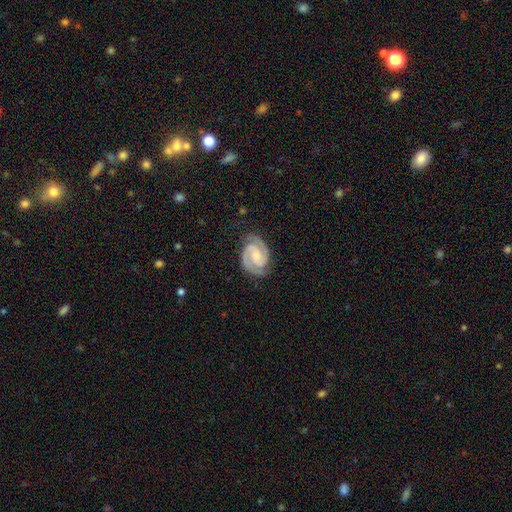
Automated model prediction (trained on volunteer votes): Q: Smooth or featured?
A: featured or disk (91%); runner-up: smooth (5%)
Q: Edge-on disk?
A: no (98%); runner-up: yes (2%)
Q: Bar?
A: weak (45%); runner-up: no (40%)
Q: Spiral arms?
A: yes (98%); runner-up: no (2%)
Q: Spiral winding?
A: tight (55%); runner-up: medium (40%)
Q: Spiral arm count?
A: 2 (93%); runner-up: can't tell (2%)
Q: Bulge size?
A: small (37%); runner-up: moderate (34%)
Q: Merging?
A: none (80%); runner-up: minor disturbance (15%)